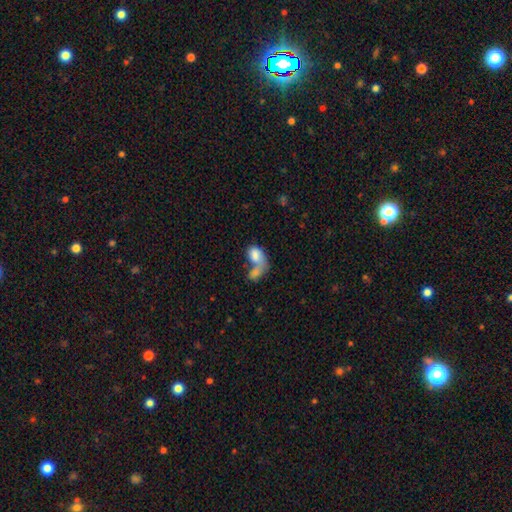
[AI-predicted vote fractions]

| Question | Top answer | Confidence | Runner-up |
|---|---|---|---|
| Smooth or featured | smooth | 75% | featured or disk (17%) |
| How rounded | in between | 86% | round (12%) |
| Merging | merger | 65% | none (14%) |